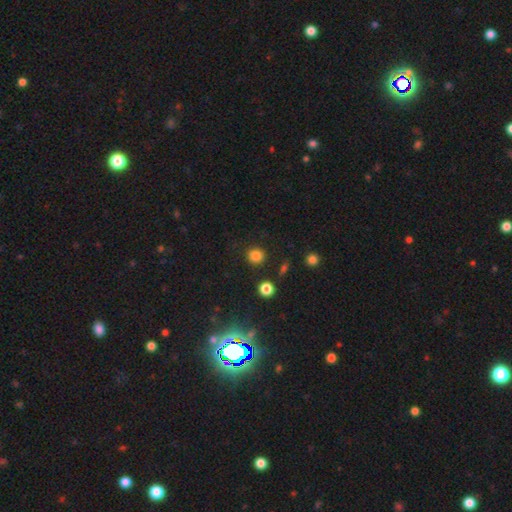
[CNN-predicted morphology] The model was most divided on "smooth or featured": smooth: 83%, star or artifact: 13%, featured or disk: 4%. More confident: how rounded — round (88%); merging — none (87%).